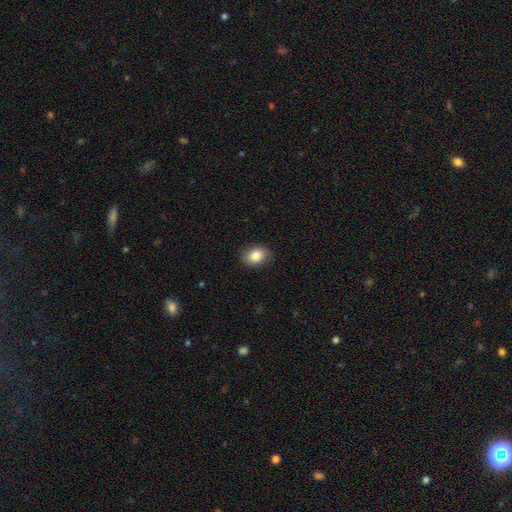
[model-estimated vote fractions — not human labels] smooth-or-featured: smooth: 85% | star or artifact: 8% | featured or disk: 7%
  how-rounded: in between: 66% | round: 33% | cigar-shaped: 1%
  merging: none: 85% | minor disturbance: 12% | major disturbance: 3% | merger: 1%